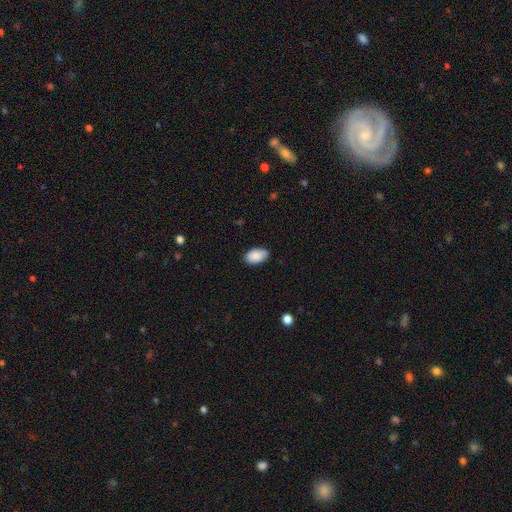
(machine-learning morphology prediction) type=smooth (89%); roundness=in between (94%); merging=none (81%).